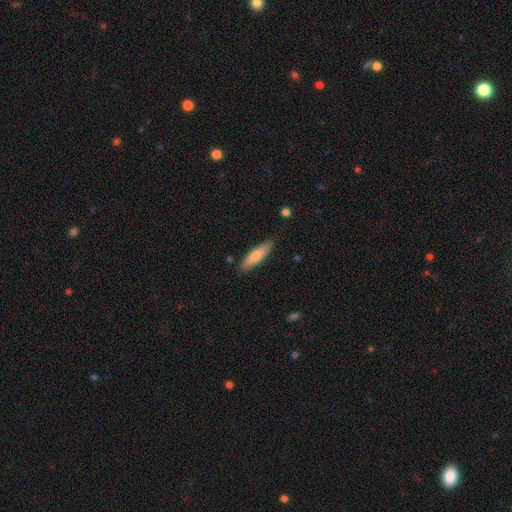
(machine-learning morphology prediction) smooth_or_featured: smooth (p=0.76) [alt: featured or disk p=0.19]
how_rounded: cigar-shaped (p=0.66) [alt: in between p=0.33]
merging: none (p=0.85) [alt: minor disturbance p=0.11]